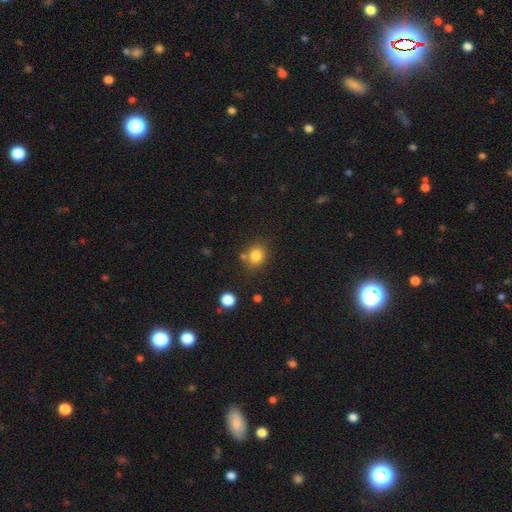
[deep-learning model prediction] smooth-or-featured: smooth: 83% | star or artifact: 11% | featured or disk: 6%
  how-rounded: round: 71% | in between: 29% | cigar-shaped: 1%
  merging: none: 72% | minor disturbance: 12% | merger: 11% | major disturbance: 4%